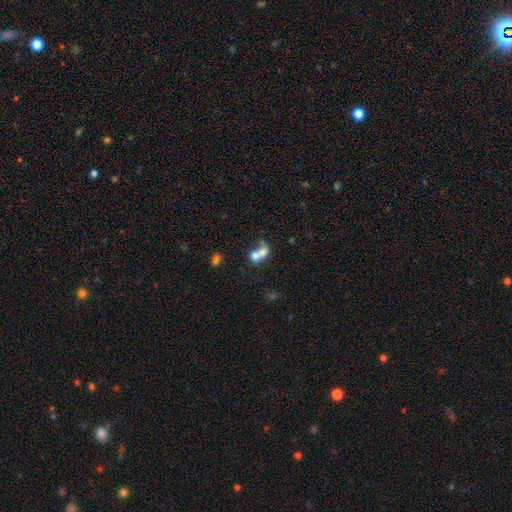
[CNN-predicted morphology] The model was most divided on "how rounded": in between: 51%, round: 47%, cigar-shaped: 2%. More confident: merging — merger (74%); smooth or featured — smooth (66%).